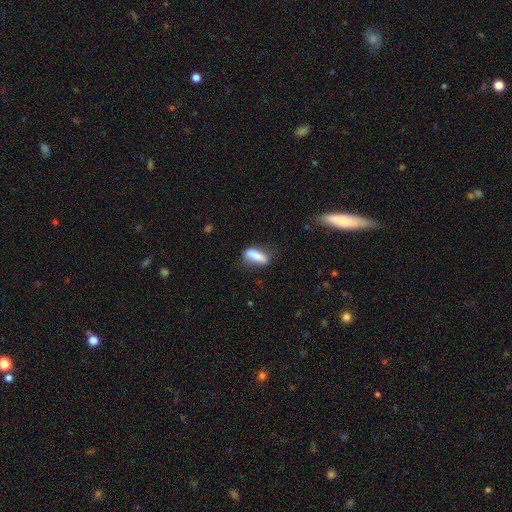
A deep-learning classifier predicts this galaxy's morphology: Smooth or featured?
  - smooth: 78% *
  - featured or disk: 15%
  - star or artifact: 7%
How rounded?
  - in between: 58% *
  - cigar-shaped: 39%
  - round: 3%
Merging?
  - none: 67% *
  - minor disturbance: 23%
  - major disturbance: 8%
  - merger: 3%